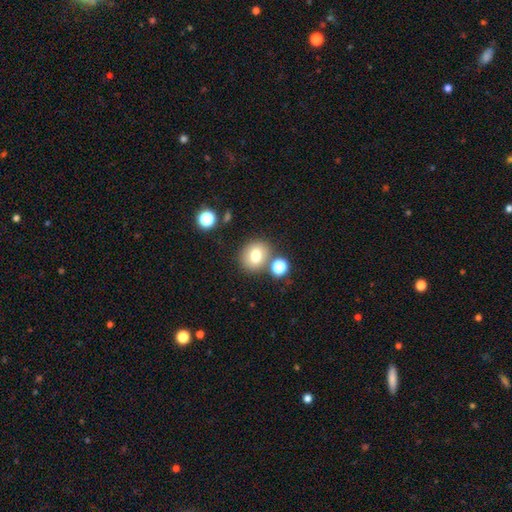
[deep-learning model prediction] A smooth galaxy with no disk features (75%) that is round (75%).

Vote fractions:
- Smooth or featured? smooth: 75% / star or artifact: 13% / featured or disk: 12%
- How rounded? round: 75% / in between: 24% / cigar-shaped: 1%
- Merging? none: 73% / merger: 14% / minor disturbance: 10% / major disturbance: 4%